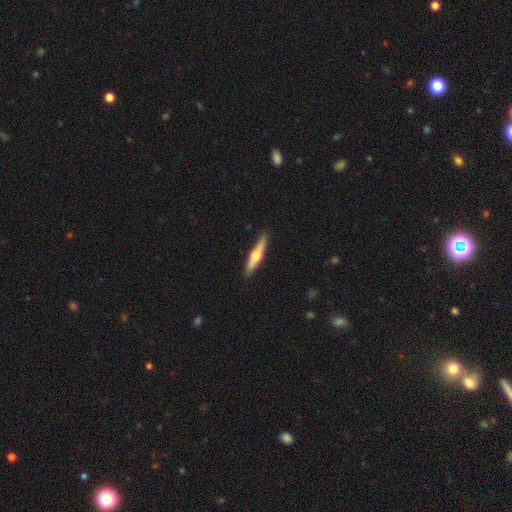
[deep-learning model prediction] Smooth or featured: featured or disk — 56% (smooth — 38%)
Edge-on disk: yes — 96% (no — 4%)
Edge-on bulge: rounded — 93% (boxy — 4%)
Merging: none — 89% (minor disturbance — 8%)